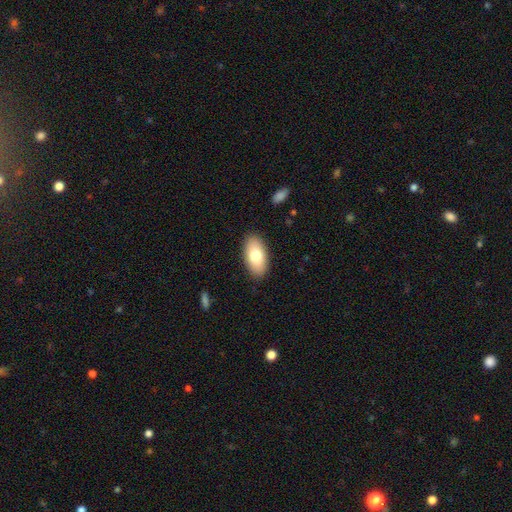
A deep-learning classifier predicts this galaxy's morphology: Q: Smooth or featured?
A: smooth (79%); runner-up: featured or disk (15%)
Q: How rounded?
A: in between (94%); runner-up: cigar-shaped (3%)
Q: Merging?
A: none (88%); runner-up: minor disturbance (9%)